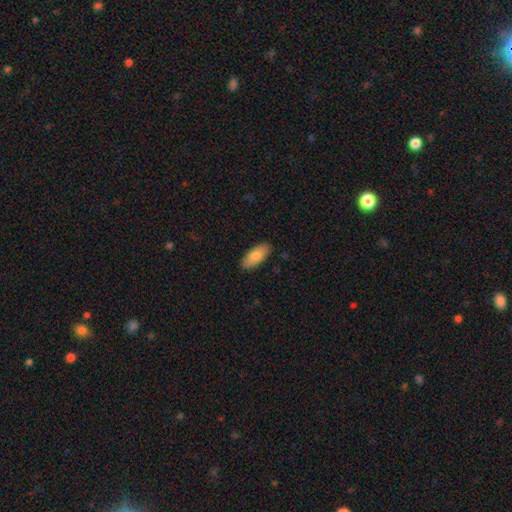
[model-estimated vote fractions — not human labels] This is clearly a smooth galaxy (82%). How rounded: clearly in between (89%). Merging: clearly none (87%).